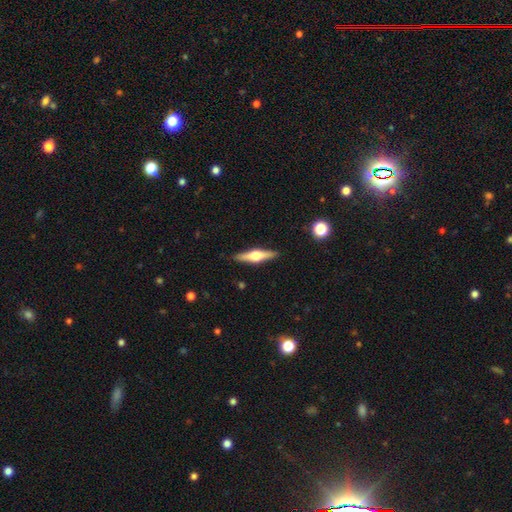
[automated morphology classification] Smooth or featured? Predicted: featured or disk (p=0.68). Edge-on disk? Predicted: yes (p=0.97). Edge-on bulge? Predicted: rounded (p=0.94). Merging? Predicted: none (p=0.90).